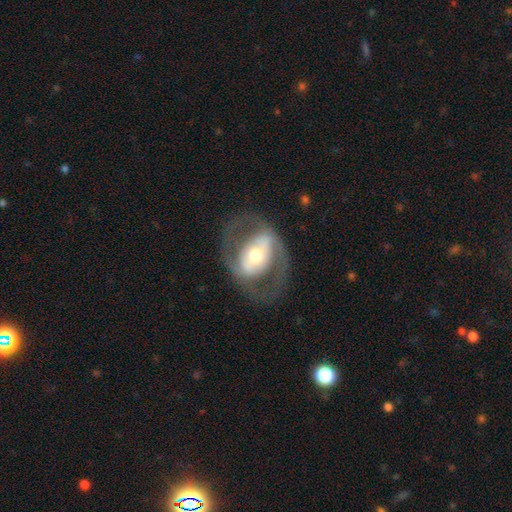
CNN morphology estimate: The model was most divided on "bar": no: 38%, strong: 36%, weak: 26%. More confident: edge-on disk — no (93%); smooth or featured — featured or disk (71%); merging — none (69%); bulge size — moderate (62%); spiral arms — no (53%).